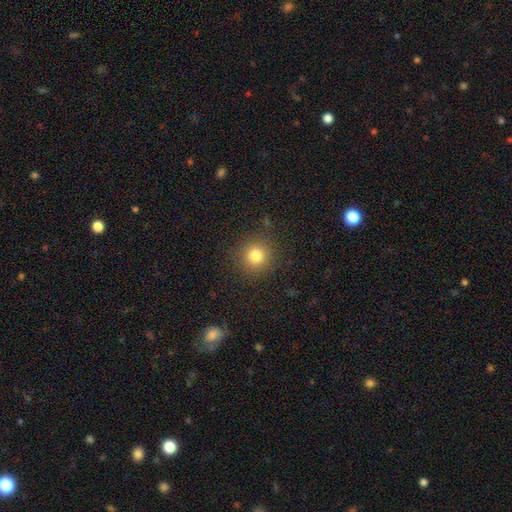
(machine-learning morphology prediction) This is clearly a smooth galaxy (80%). How rounded: clearly round (93%). Merging: clearly none (89%).